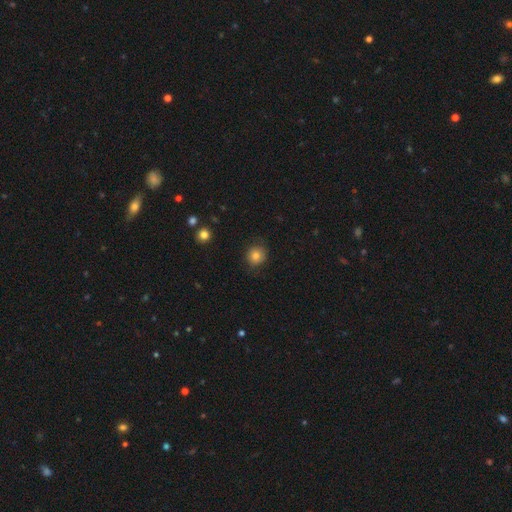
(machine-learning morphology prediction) Smooth or featured? Predicted: smooth (p=0.82). How rounded? Predicted: round (p=0.89). Merging? Predicted: none (p=0.83).